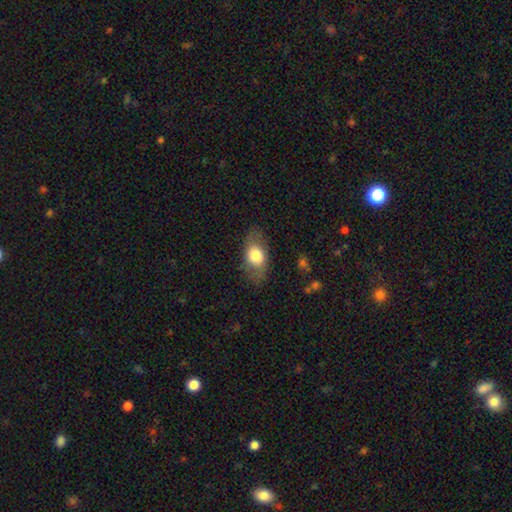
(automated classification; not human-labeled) Overall: smooth (71%). How rounded: in between (84%). Merging: none (76%).